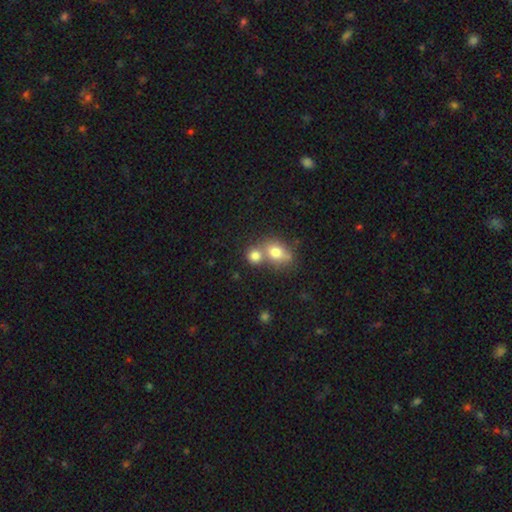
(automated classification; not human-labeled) smooth 79%, star or artifact 11%, featured or disk 11%. Down the decision tree: how rounded — round (68%); merging — merger (50%).